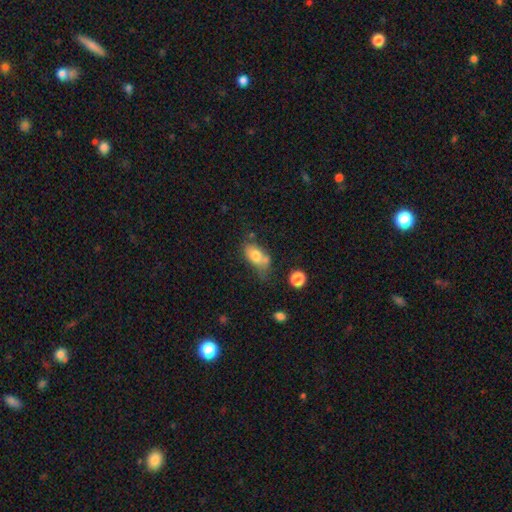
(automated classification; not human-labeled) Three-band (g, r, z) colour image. It shows a smooth galaxy with no disk features (74%) that is in between round and cigar-shaped (83%). Merging: none (38%).